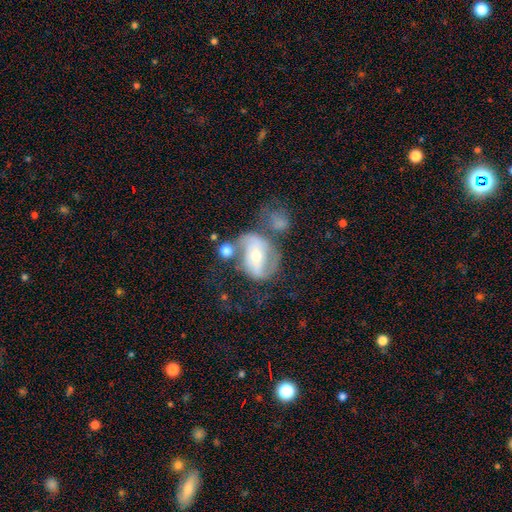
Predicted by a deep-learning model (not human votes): Smooth or featured? featured or disk (72%)
Edge-on disk? no (96%)
Bar? no (38%)
Spiral arms? yes (80%)
Spiral winding? medium (45%)
Spiral arm count? 2 (79%)
Bulge size? moderate (57%)
Merging? none (39%)